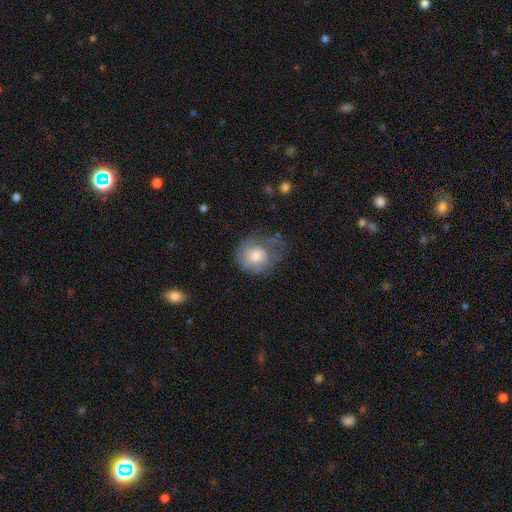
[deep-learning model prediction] Smooth or featured? smooth (54%)
How rounded? round (70%)
Merging? none (43%)